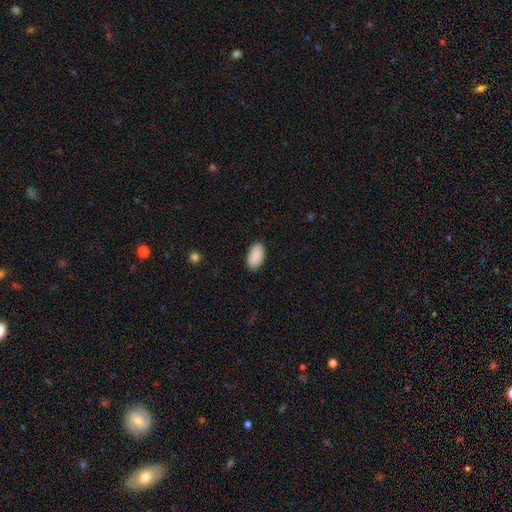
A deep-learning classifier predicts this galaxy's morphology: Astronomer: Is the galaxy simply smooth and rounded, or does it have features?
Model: smooth — 91%.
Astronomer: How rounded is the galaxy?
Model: in between — 96%.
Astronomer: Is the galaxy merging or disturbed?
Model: none — 89%.